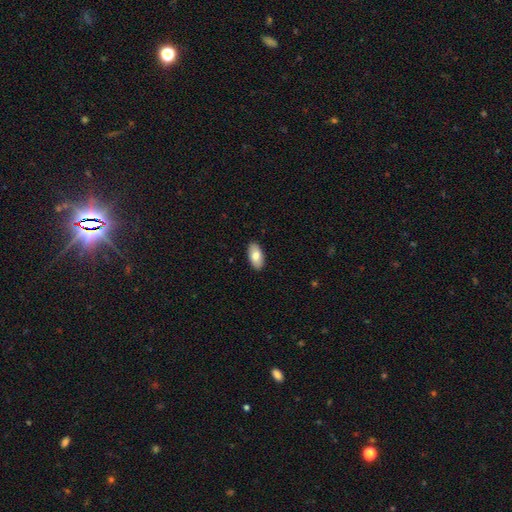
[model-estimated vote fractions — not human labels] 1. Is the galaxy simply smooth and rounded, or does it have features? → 83% smooth, 12% featured or disk, 6% star or artifact.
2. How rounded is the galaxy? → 94% in between, 4% cigar-shaped, 2% round.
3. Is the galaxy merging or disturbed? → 90% none, 8% minor disturbance, 2% major disturbance, 1% merger.